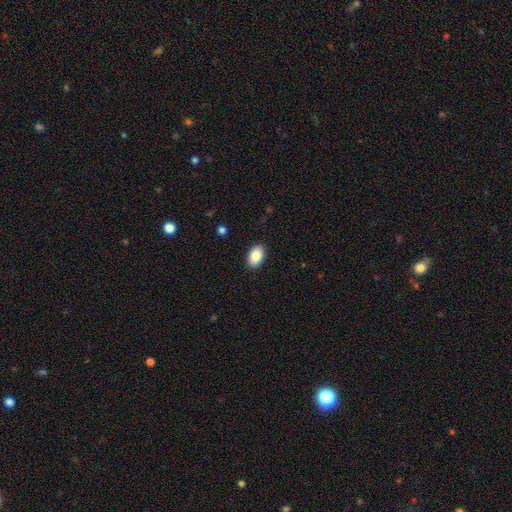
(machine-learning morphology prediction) smooth-or-featured: smooth: 87% | star or artifact: 7% | featured or disk: 6%
  how-rounded: in between: 92% | round: 7% | cigar-shaped: 1%
  merging: none: 90% | minor disturbance: 7% | major disturbance: 2% | merger: 1%